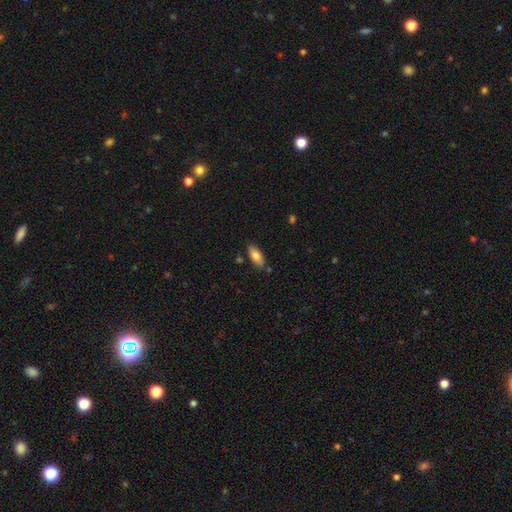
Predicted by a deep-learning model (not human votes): Smooth or featured: smooth — 81% (featured or disk — 12%)
How rounded: in between — 85% (cigar-shaped — 13%)
Merging: none — 79% (minor disturbance — 14%)